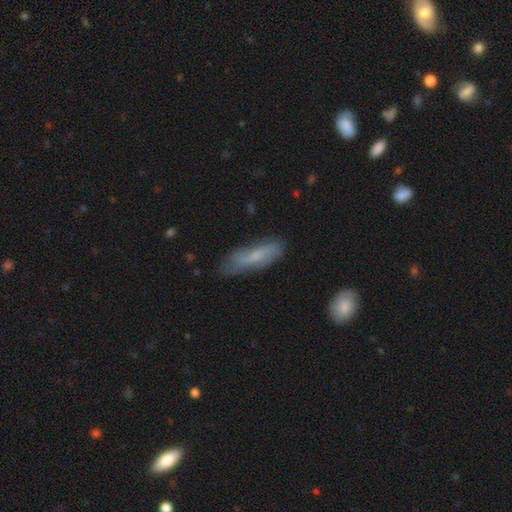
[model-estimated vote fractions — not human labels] A smooth galaxy with no disk features (56%) that is cigar-shaped (55%).

Vote fractions:
- Smooth or featured? smooth: 56% / featured or disk: 36% / star or artifact: 8%
- How rounded? cigar-shaped: 55% / in between: 42% / round: 2%
- Merging? none: 68% / minor disturbance: 24% / major disturbance: 6% / merger: 2%